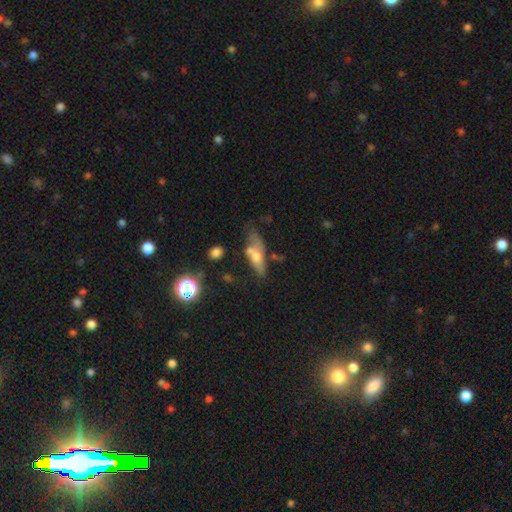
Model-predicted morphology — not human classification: Smooth or featured: smooth — 48% (featured or disk — 42%)
Merging: none — 32% (minor disturbance — 25%)